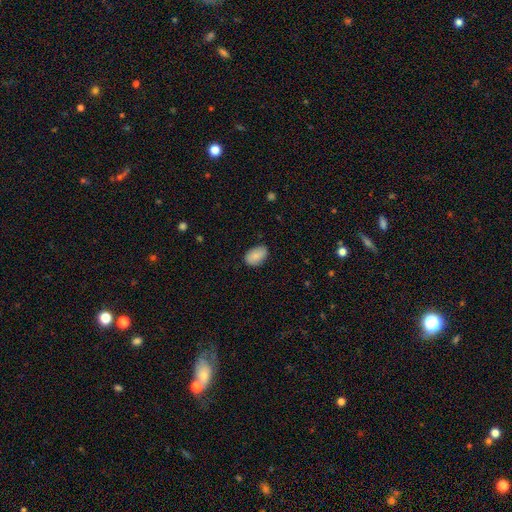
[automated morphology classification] This is clearly a smooth galaxy (85%). How rounded: clearly in between (89%). Merging: likely none (79%).